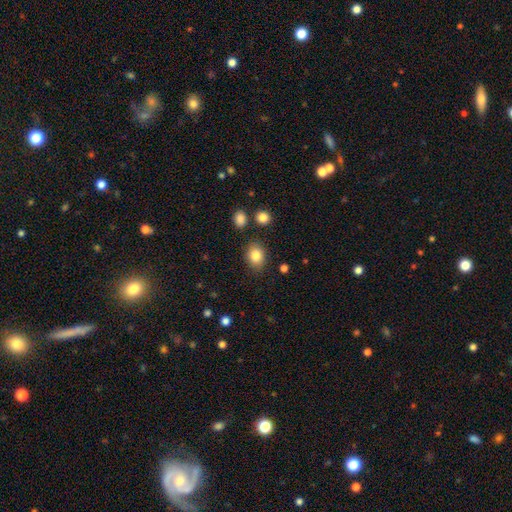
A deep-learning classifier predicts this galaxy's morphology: The model was most divided on "how rounded": in between: 56%, round: 43%, cigar-shaped: 1%. More confident: smooth or featured — smooth (85%); merging — none (84%).